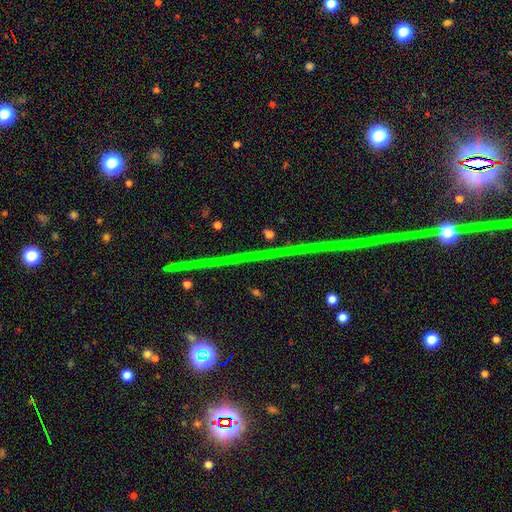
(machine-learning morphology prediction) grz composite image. It shows a star or artifact, not a galaxy (83%).